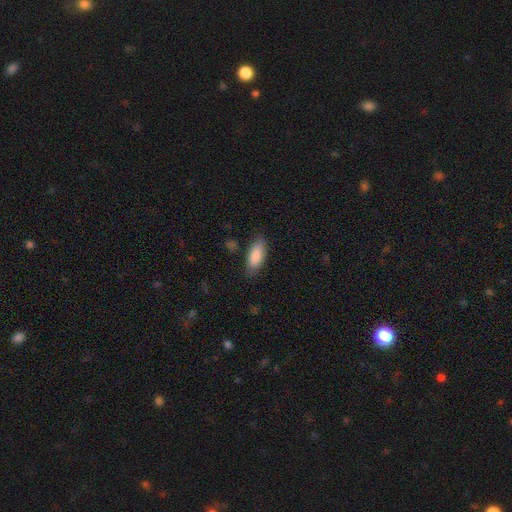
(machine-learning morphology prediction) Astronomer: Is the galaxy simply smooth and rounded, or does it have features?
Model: smooth — 87%.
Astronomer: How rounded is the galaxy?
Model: in between — 80%.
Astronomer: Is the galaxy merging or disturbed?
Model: none — 80%.